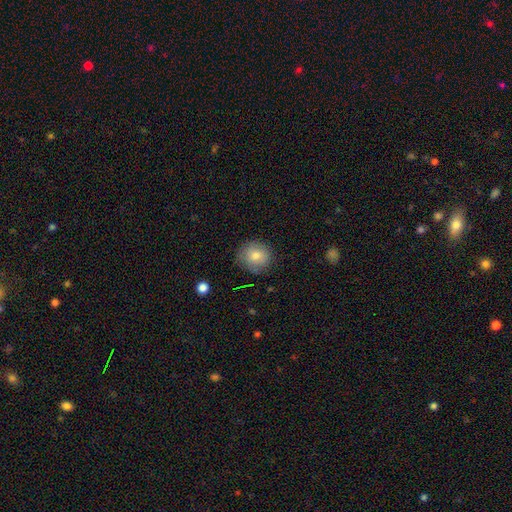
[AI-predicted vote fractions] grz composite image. It shows a smooth galaxy with no disk features (78%) that is round (87%). Merging: none (81%).